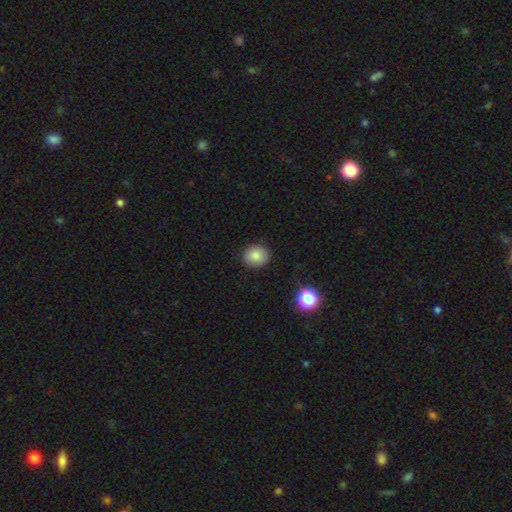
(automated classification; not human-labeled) Smooth or featured? smooth (83%)
How rounded? round (69%)
Merging? none (88%)